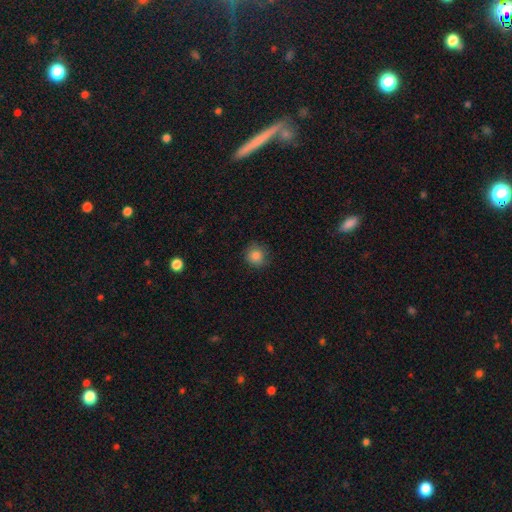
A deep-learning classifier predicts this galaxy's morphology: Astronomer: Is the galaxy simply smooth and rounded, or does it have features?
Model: smooth — 85%.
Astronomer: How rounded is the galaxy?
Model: round — 91%.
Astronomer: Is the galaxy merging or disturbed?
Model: none — 84%.